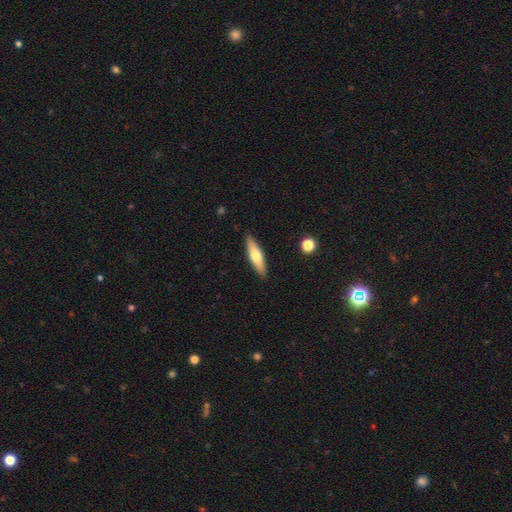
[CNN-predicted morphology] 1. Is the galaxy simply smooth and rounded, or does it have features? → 59% smooth, 36% featured or disk, 6% star or artifact.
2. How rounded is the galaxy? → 68% cigar-shaped, 31% in between, 2% round.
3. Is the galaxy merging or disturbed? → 89% none, 8% minor disturbance, 2% major disturbance, 1% merger.